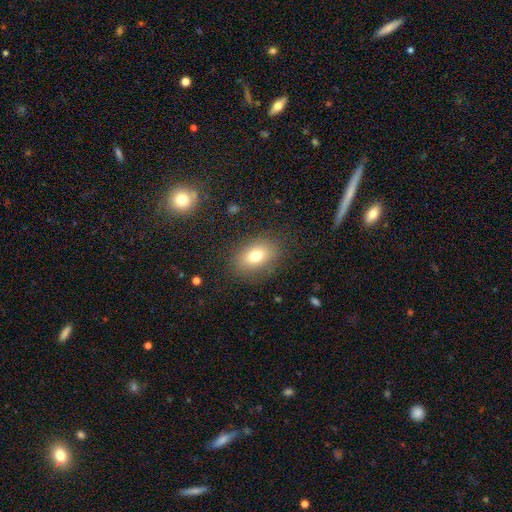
Morphology: type=smooth (84%); roundness=in between (59%); merging=none (80%).